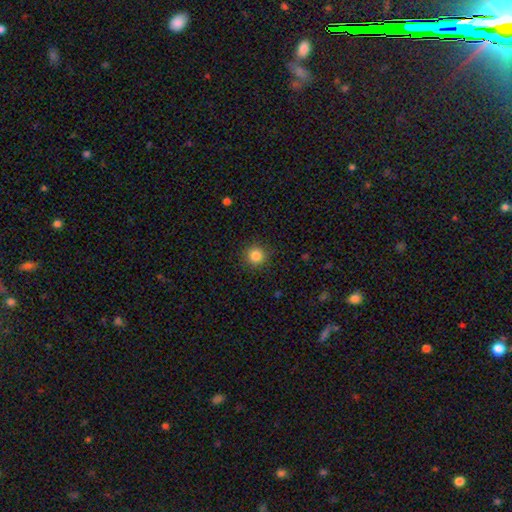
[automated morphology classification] This appears to be a smooth galaxy with no disk features (85%) that is round (94%). Merging: none (90%).